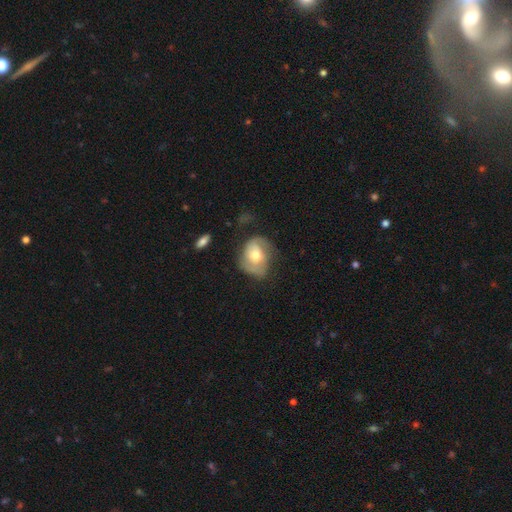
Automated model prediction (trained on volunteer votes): Smooth or featured: featured or disk — 49% (smooth — 44%)
Merging: none — 50% (minor disturbance — 30%)